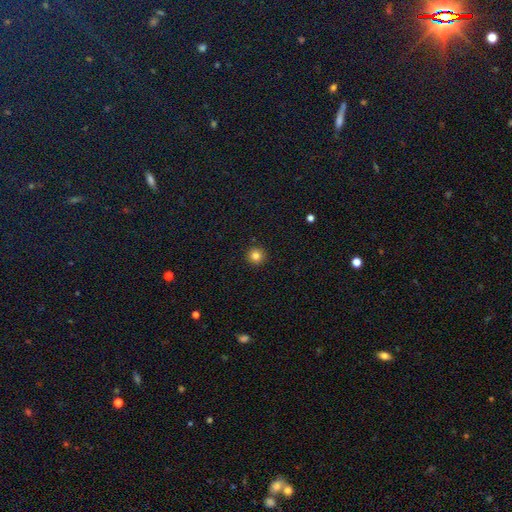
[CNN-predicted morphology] Smooth or featured? Predicted: smooth (p=0.83). How rounded? Predicted: round (p=0.95). Merging? Predicted: none (p=0.93).